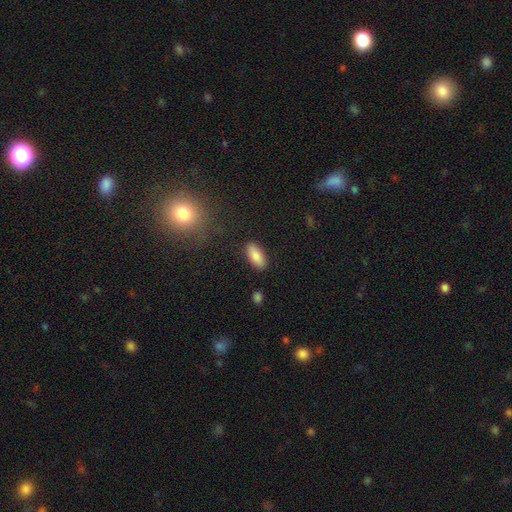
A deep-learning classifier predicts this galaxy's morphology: Smooth or featured?
  - smooth: 85% *
  - featured or disk: 8%
  - star or artifact: 7%
How rounded?
  - in between: 84% *
  - cigar-shaped: 14%
  - round: 2%
Merging?
  - none: 87% *
  - minor disturbance: 9%
  - major disturbance: 2%
  - merger: 2%